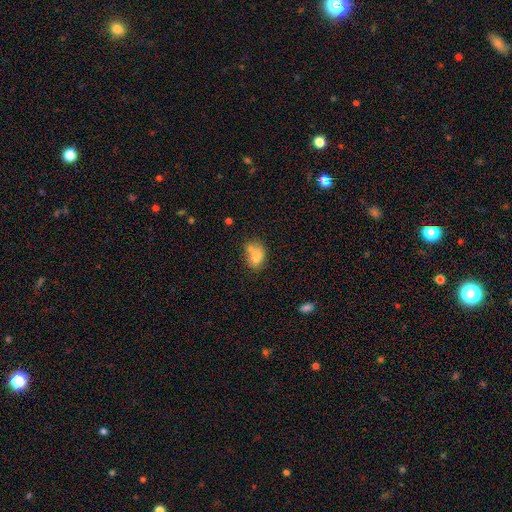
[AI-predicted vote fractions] smooth-or-featured: smooth: 78% | featured or disk: 13% | star or artifact: 9%
  how-rounded: in between: 71% | round: 28% | cigar-shaped: 1%
  merging: none: 49% | merger: 29% | minor disturbance: 17% | major disturbance: 5%